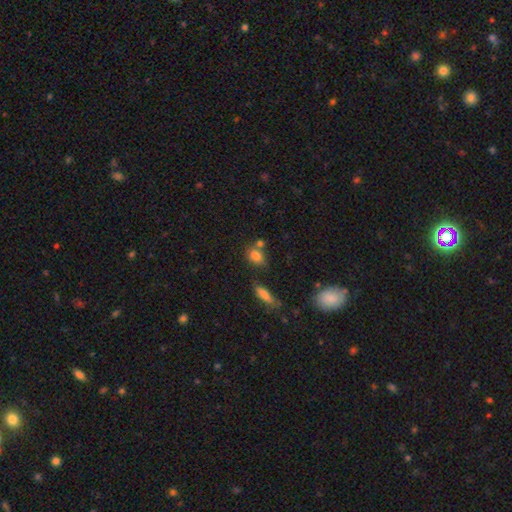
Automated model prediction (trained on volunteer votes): The model was most divided on "how rounded": in between: 63%, round: 33%, cigar-shaped: 4%. More confident: smooth or featured — smooth (80%); merging — none (54%).